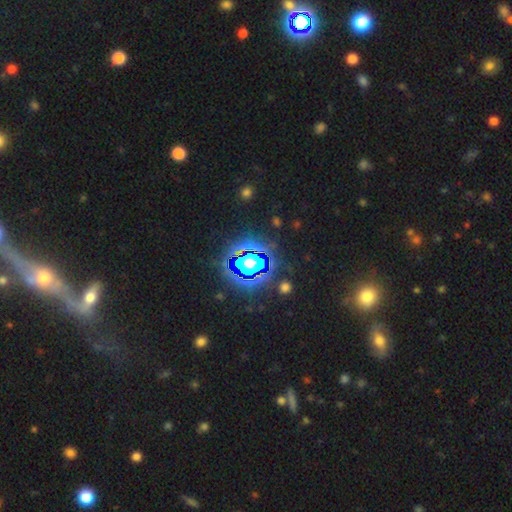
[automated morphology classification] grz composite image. It shows a star or artifact, not a galaxy (74%).